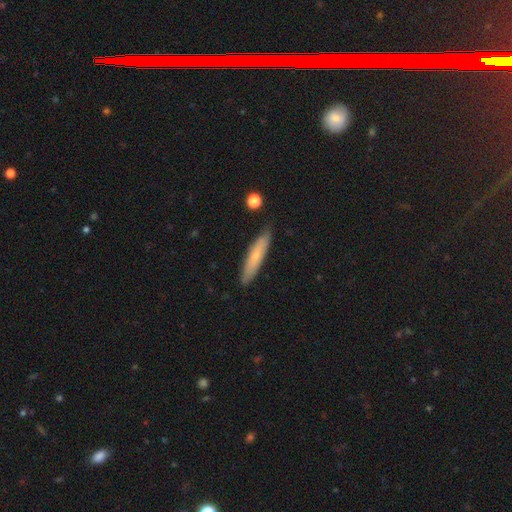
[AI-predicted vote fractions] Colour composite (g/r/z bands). It shows a smooth galaxy with no disk features (62%) that is cigar-shaped (86%). Merging: none (84%).